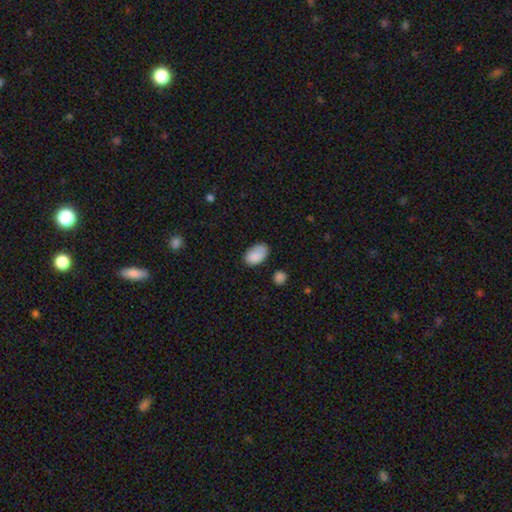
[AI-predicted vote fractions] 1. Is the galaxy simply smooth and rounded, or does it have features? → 87% smooth, 8% star or artifact, 6% featured or disk.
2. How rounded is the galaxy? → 91% in between, 8% round, 1% cigar-shaped.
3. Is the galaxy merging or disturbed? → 68% none, 24% minor disturbance, 5% major disturbance, 3% merger.